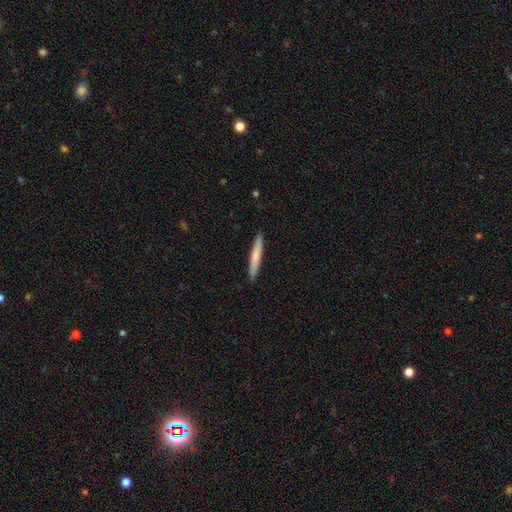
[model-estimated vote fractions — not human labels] This is likely a smooth galaxy (73%). How rounded: clearly cigar-shaped (95%). Merging: clearly none (90%).